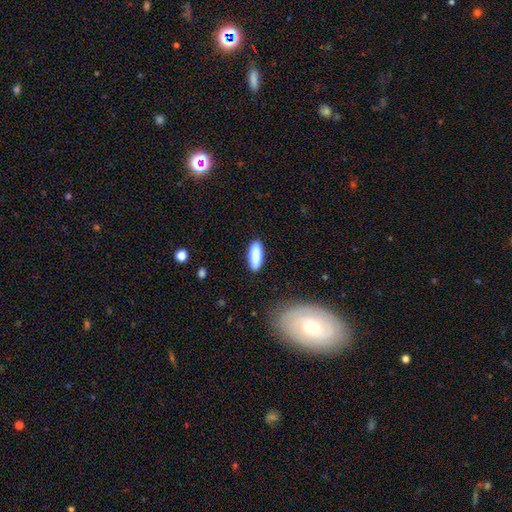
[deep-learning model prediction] Smooth or featured? Predicted: smooth (p=0.86). How rounded? Predicted: in between (p=0.70). Merging? Predicted: none (p=0.88).